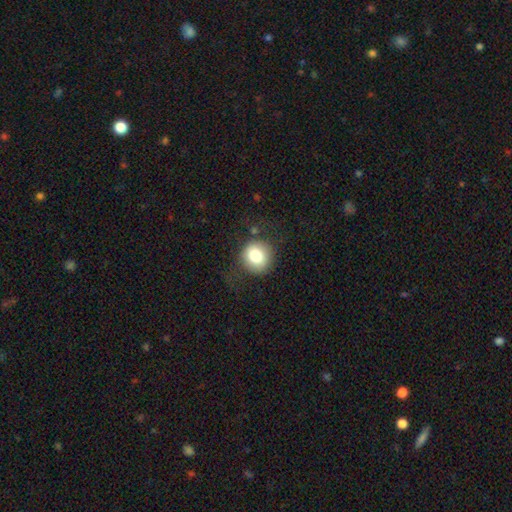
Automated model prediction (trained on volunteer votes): Overall: smooth (78%). How rounded: round (91%). Merging: none (77%).